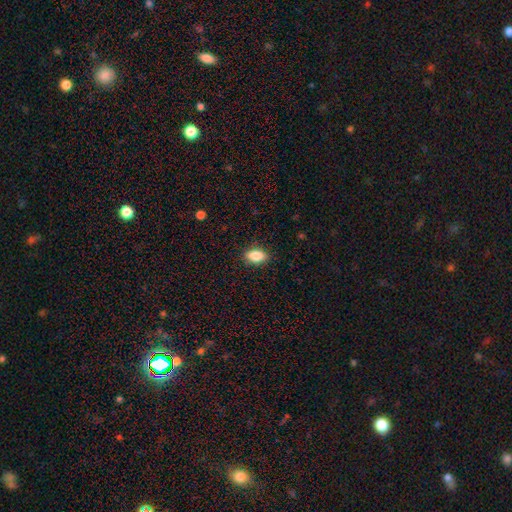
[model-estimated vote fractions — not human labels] Overall: smooth (86%). How rounded: in between (89%). Merging: none (87%).